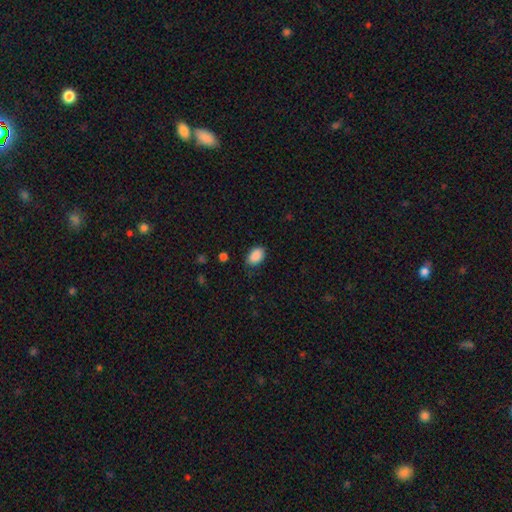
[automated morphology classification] smooth-or-featured: smooth: 89% | star or artifact: 8% | featured or disk: 3%
  how-rounded: in between: 86% | round: 13% | cigar-shaped: 1%
  merging: none: 78% | minor disturbance: 17% | major disturbance: 4% | merger: 1%